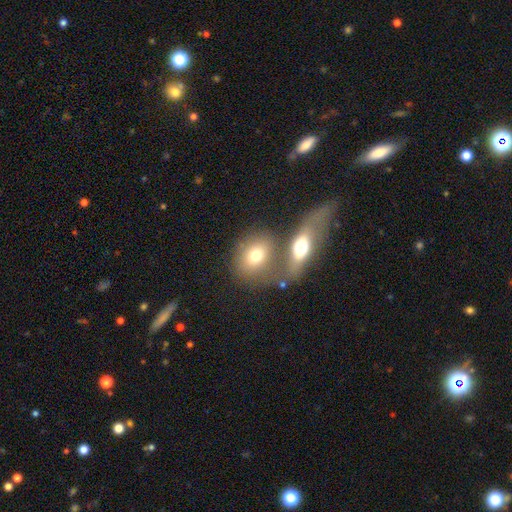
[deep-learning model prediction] Smooth or featured? smooth (69%)
How rounded? in between (56%)
Merging? none (43%)